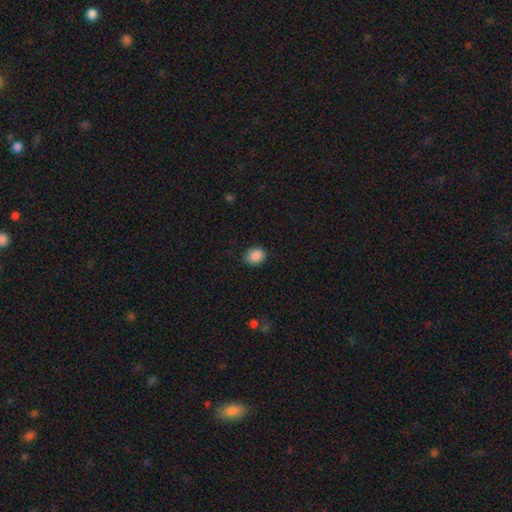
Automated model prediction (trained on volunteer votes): The model was most divided on "how rounded": round: 52%, in between: 47%, cigar-shaped: 1%. More confident: smooth or featured — smooth (88%); merging — none (82%).